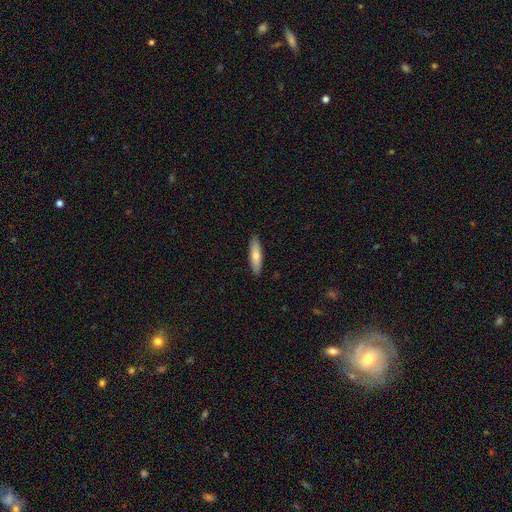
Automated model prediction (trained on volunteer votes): Smooth or featured?
  - smooth: 73% *
  - featured or disk: 21%
  - star or artifact: 6%
How rounded?
  - cigar-shaped: 66% *
  - in between: 32%
  - round: 2%
Merging?
  - none: 90% *
  - minor disturbance: 8%
  - major disturbance: 2%
  - merger: 1%